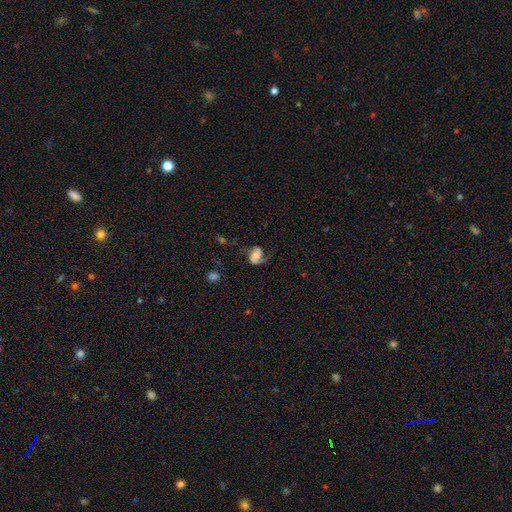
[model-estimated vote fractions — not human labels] smooth-or-featured: featured or disk: 63% | smooth: 27% | star or artifact: 9%
  disk-edge-on: no: 98% | yes: 2%
    bar: no: 52% | weak: 32% | strong: 15%
    has-spiral-arms: yes: 93% | no: 7%
      spiral-winding: loose: 42% | medium: 40% | tight: 18%
      spiral-arm-count: 2: 63% | 1: 32% | can't tell: 3% | 3: 1% | 4: 1% | more than 4: 1%
    bulge-size: none: 29% | small: 24% | moderate: 22% | large: 18% | dominant: 7%
  merging: none: 55% | major disturbance: 22% | minor disturbance: 21% | merger: 2%